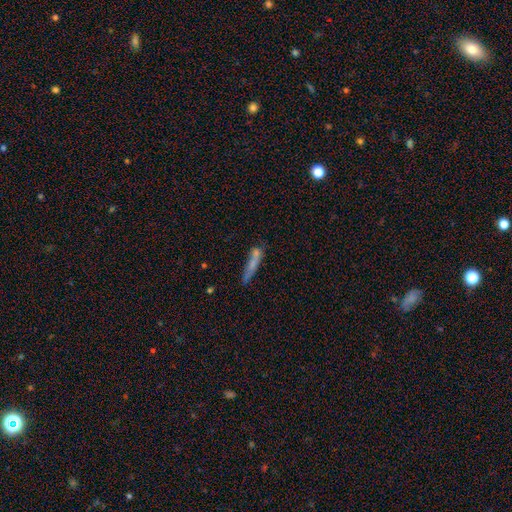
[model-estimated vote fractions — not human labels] Smooth or featured? smooth (58%)
How rounded? cigar-shaped (88%)
Merging? none (58%)